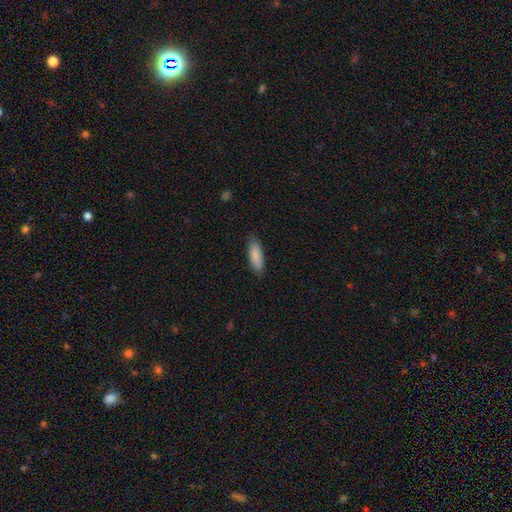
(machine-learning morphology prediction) Overall: smooth (87%). How rounded: in between (59%; cigar-shaped 39%). Merging: none (84%).